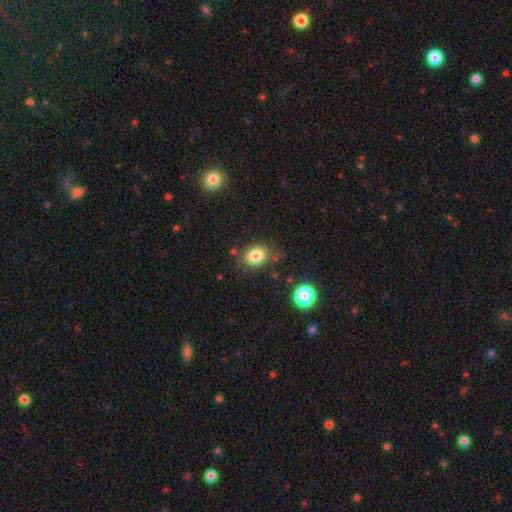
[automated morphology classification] Smooth or featured?
  - smooth: 82% *
  - star or artifact: 11%
  - featured or disk: 7%
How rounded?
  - in between: 55% *
  - round: 44%
  - cigar-shaped: 1%
Merging?
  - none: 79% *
  - minor disturbance: 14%
  - merger: 4%
  - major disturbance: 4%